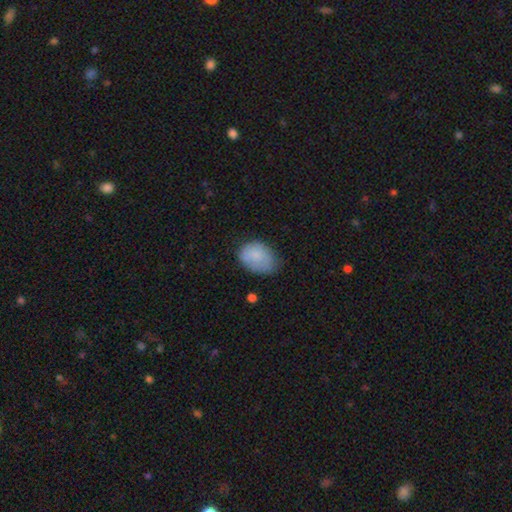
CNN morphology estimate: Overall: smooth (79%). How rounded: in between (75%). Merging: none (51%; minor disturbance 36%).